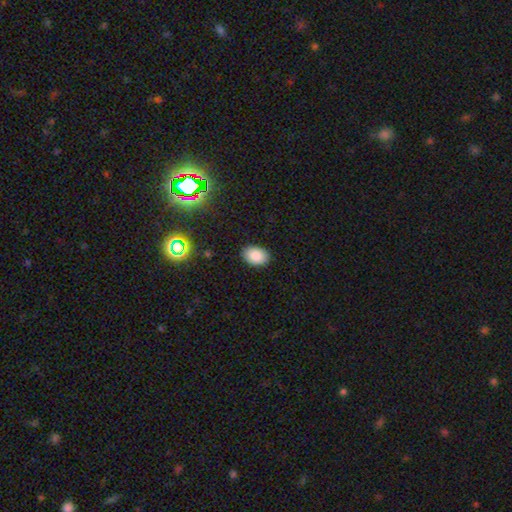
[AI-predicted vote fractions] Q: Smooth or featured?
A: smooth (86%); runner-up: star or artifact (9%)
Q: How rounded?
A: in between (84%); runner-up: round (15%)
Q: Merging?
A: none (88%); runner-up: minor disturbance (9%)